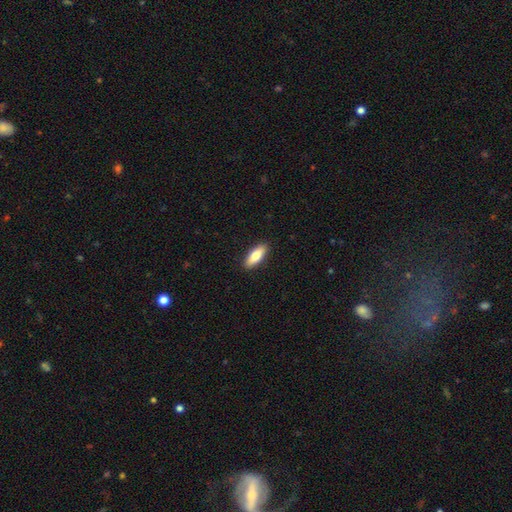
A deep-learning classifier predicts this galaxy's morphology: This appears to be a smooth galaxy with no disk features (77%) that is in between round and cigar-shaped (68%). Merging: none (90%).